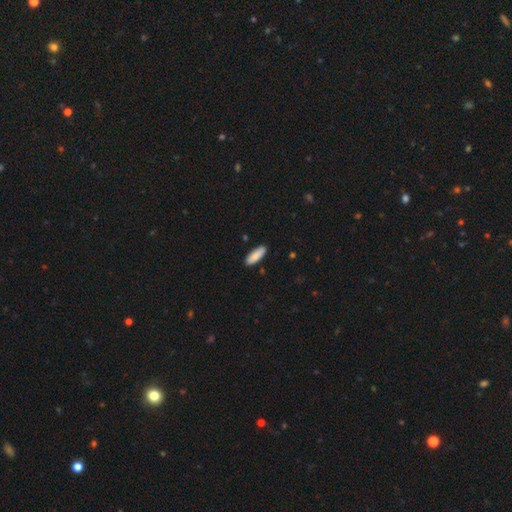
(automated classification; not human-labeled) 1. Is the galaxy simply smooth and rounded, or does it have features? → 88% smooth, 6% featured or disk, 6% star or artifact.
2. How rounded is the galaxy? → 62% in between, 36% cigar-shaped, 1% round.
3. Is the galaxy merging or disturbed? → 89% none, 8% minor disturbance, 2% major disturbance, 1% merger.